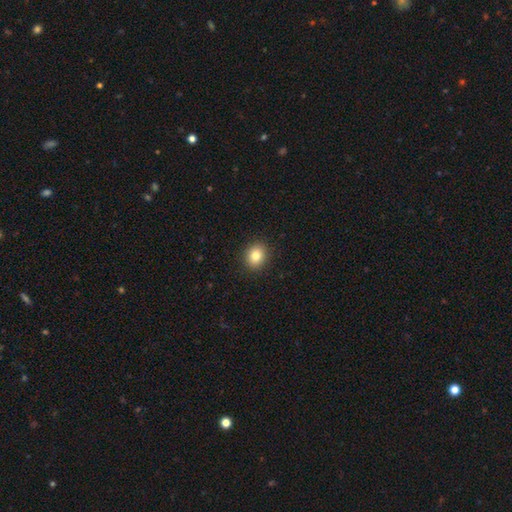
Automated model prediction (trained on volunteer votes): smooth 82%, star or artifact 10%, featured or disk 8%. Down the decision tree: how rounded — round (67%); merging — none (91%).